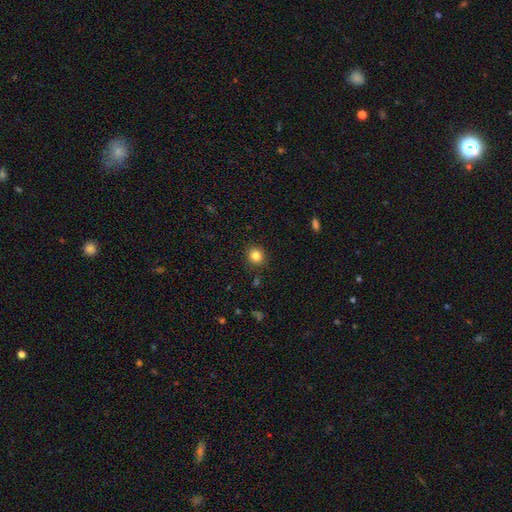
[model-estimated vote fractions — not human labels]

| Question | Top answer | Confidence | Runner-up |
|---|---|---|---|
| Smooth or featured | smooth | 84% | star or artifact (11%) |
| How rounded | round | 85% | in between (14%) |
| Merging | none | 89% | minor disturbance (7%) |